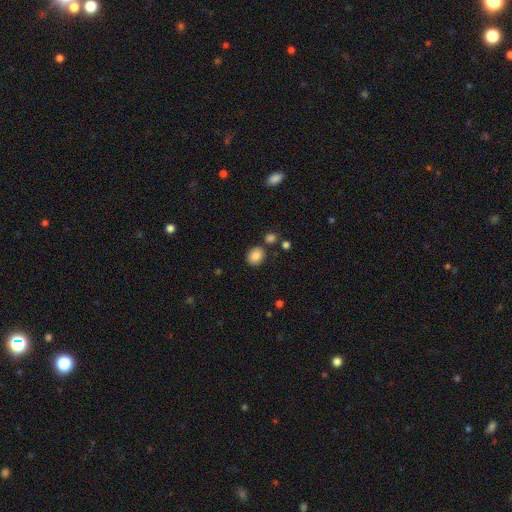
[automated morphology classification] smooth-or-featured: smooth: 85% | star or artifact: 9% | featured or disk: 6%
  how-rounded: round: 66% | in between: 33% | cigar-shaped: 1%
  merging: none: 82% | minor disturbance: 9% | merger: 6% | major disturbance: 3%